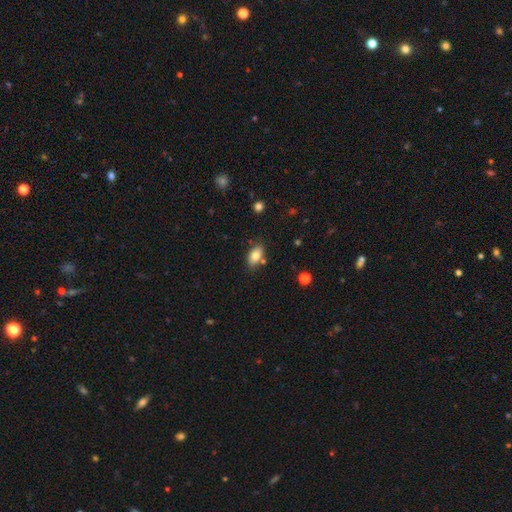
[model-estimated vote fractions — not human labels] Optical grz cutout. It shows a smooth galaxy with no disk features (81%) that is in between round and cigar-shaped (90%). Merging: none (76%).